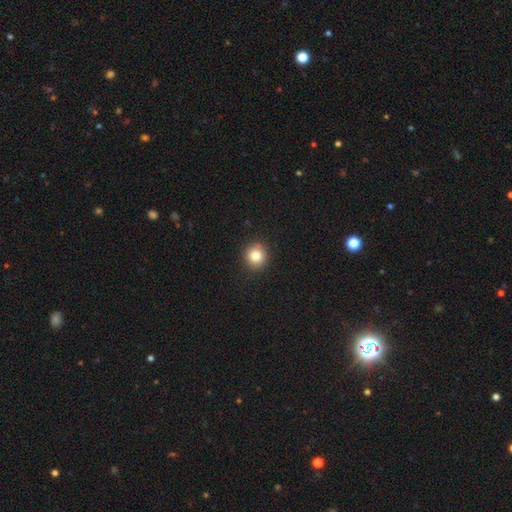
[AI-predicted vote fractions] This is clearly a smooth galaxy (83%). How rounded: clearly round (90%). Merging: clearly none (90%).